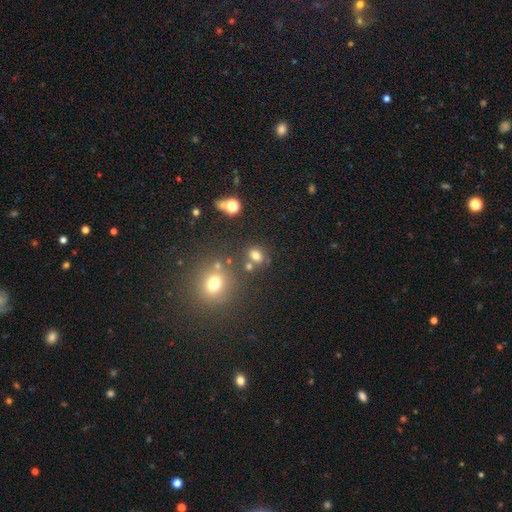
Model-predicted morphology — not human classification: Smooth or featured? smooth (73%)
How rounded? in between (51%)
Merging? none (67%)